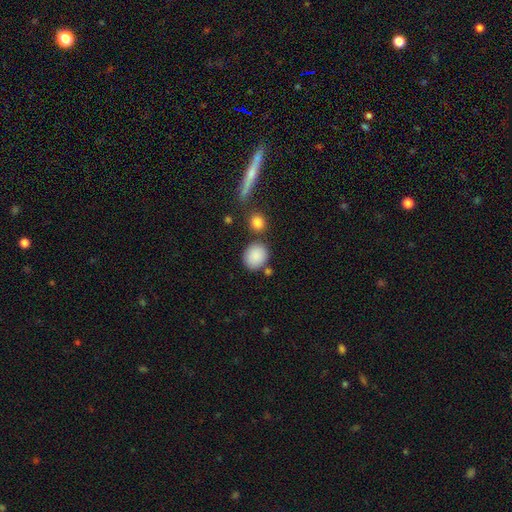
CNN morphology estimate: The model was most divided on "how rounded": round: 65%, in between: 34%, cigar-shaped: 1%. More confident: smooth or featured — smooth (88%); merging — none (74%).